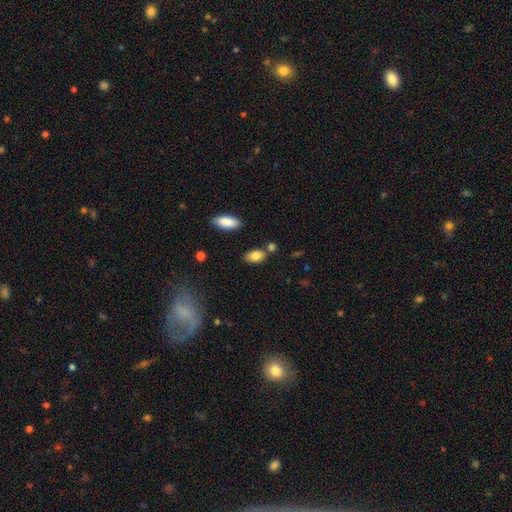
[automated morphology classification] The model was most divided on "merging": none: 69%, minor disturbance: 14%, merger: 13%, major disturbance: 3%. More confident: how rounded — in between (90%); smooth or featured — smooth (84%).